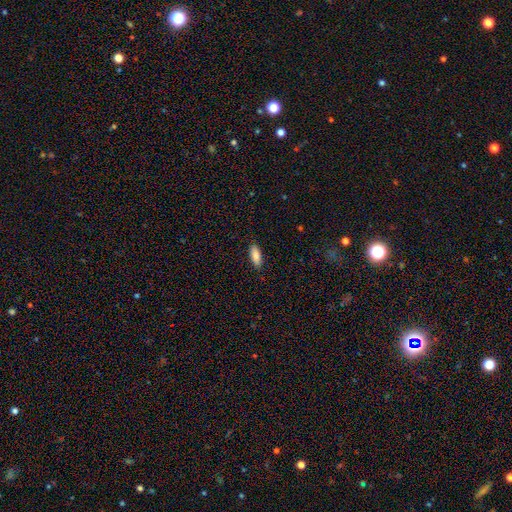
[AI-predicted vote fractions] Smooth or featured: smooth — 88% (star or artifact — 6%)
How rounded: in between — 74% (cigar-shaped — 24%)
Merging: none — 88% (minor disturbance — 9%)